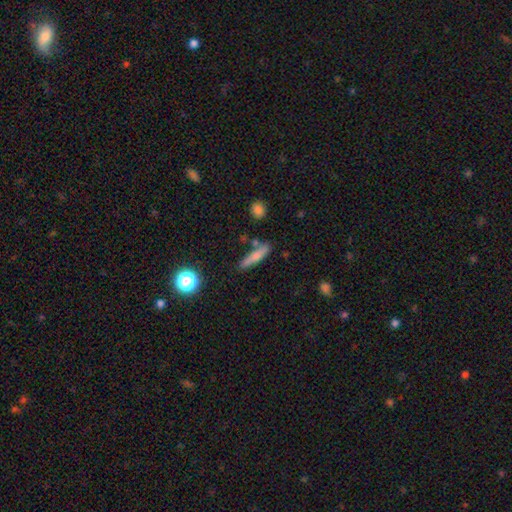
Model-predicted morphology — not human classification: smooth-or-featured: smooth: 68% | featured or disk: 23% | star or artifact: 9%
  how-rounded: cigar-shaped: 82% | in between: 15% | round: 3%
  merging: none: 75% | minor disturbance: 14% | merger: 8% | major disturbance: 3%